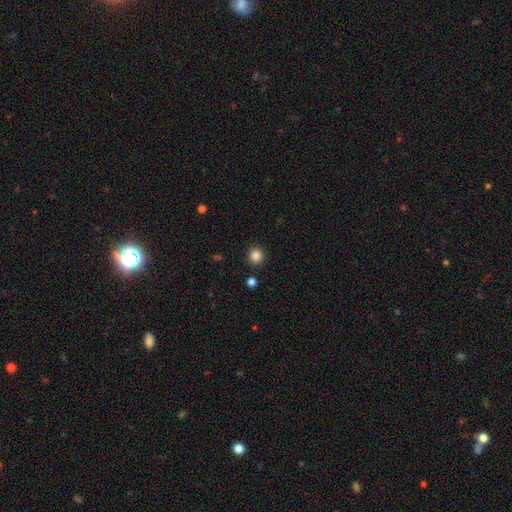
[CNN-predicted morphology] smooth 86%, star or artifact 11%, featured or disk 3%. Down the decision tree: how rounded — round (92%); merging — none (91%).